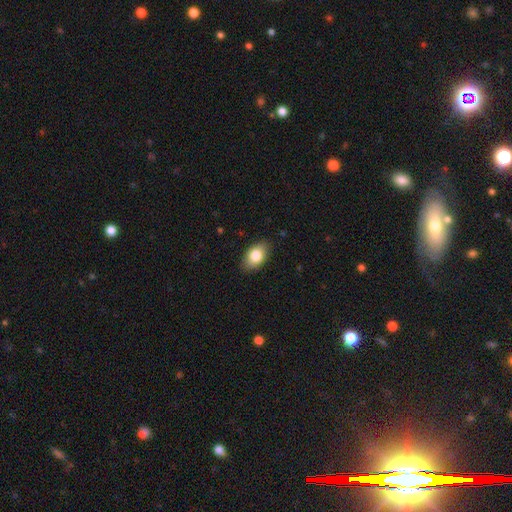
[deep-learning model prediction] Overall: smooth (81%). How rounded: in between (91%). Merging: none (85%).